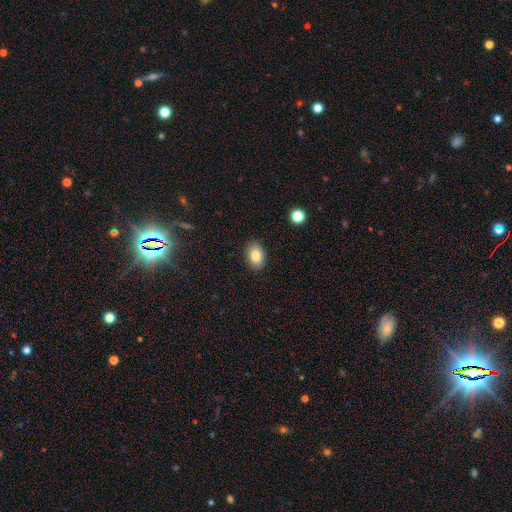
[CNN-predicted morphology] This appears to be a smooth galaxy with no disk features (84%) that is in between round and cigar-shaped (86%). Merging: none (88%).